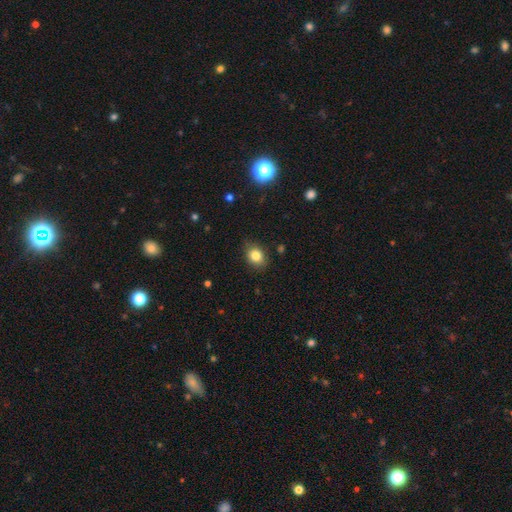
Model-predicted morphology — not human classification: The model was most divided on "how rounded": in between: 58%, round: 41%, cigar-shaped: 1%. More confident: merging — none (82%); smooth or featured — smooth (82%).